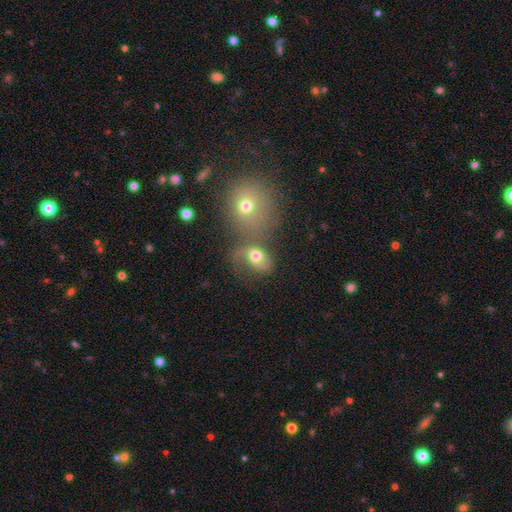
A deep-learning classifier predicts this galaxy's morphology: This is likely a smooth galaxy (65%). How rounded: possibly in between (57%). Merging: possibly merger (48%).